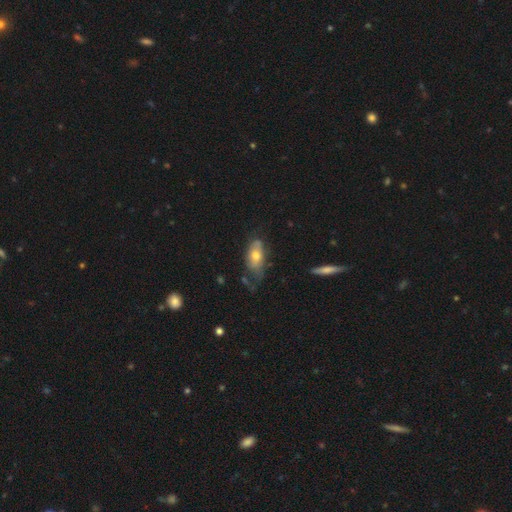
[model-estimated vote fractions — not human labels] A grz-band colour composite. It shows a smooth galaxy with no disk features (56%) that is in between round and cigar-shaped (85%). Merging: none (39%).